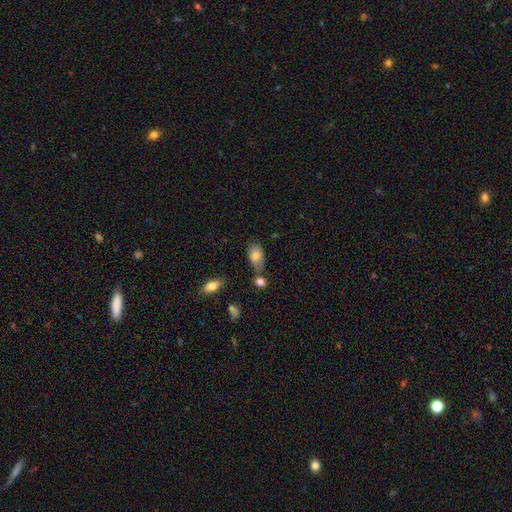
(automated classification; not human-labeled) Overall: smooth (76%). How rounded: in between (90%). Merging: none (48%; minor disturbance 28%).